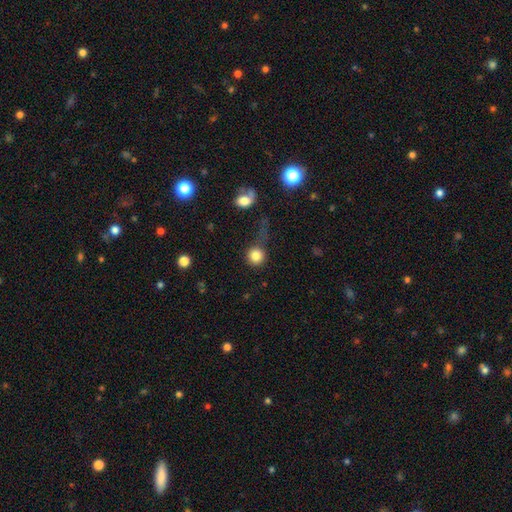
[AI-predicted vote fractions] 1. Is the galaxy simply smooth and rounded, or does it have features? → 83% smooth, 10% star or artifact, 7% featured or disk.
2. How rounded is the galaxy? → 92% round, 6% in between, 1% cigar-shaped.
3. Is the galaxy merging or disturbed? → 64% none, 14% minor disturbance, 11% major disturbance, 10% merger.